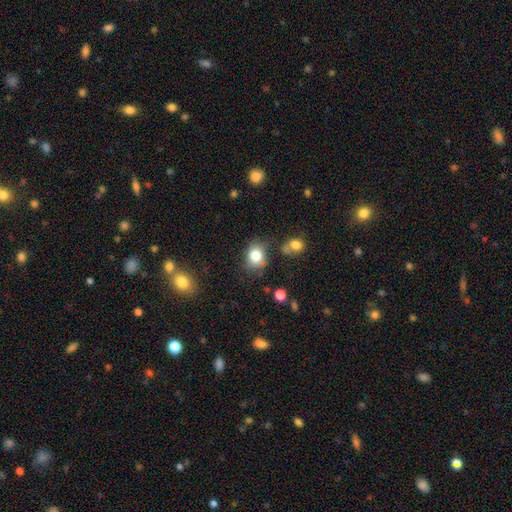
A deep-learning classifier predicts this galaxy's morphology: This appears to be a smooth galaxy with no disk features (81%) that is in between round and cigar-shaped (50%). Merging: none (67%).